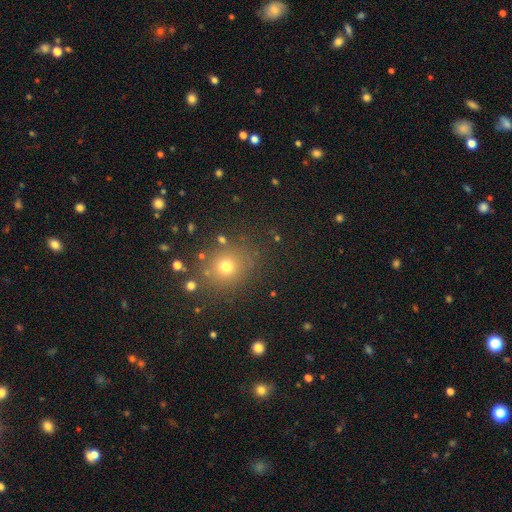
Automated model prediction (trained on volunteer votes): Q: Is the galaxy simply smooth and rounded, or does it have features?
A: smooth — 60%.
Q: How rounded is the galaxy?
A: round — 72%.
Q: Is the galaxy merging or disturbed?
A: none — 85%.